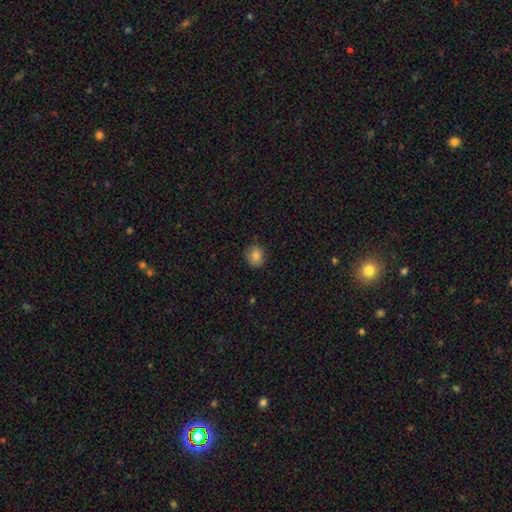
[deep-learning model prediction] This appears to be a smooth galaxy with no disk features (82%) that is round (78%). Merging: none (84%).